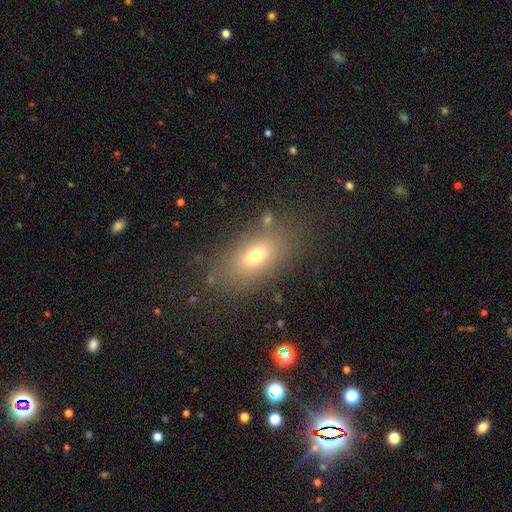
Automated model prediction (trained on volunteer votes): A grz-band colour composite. It shows a smooth galaxy with no disk features (70%) that is in between round and cigar-shaped (83%). Merging: none (79%).